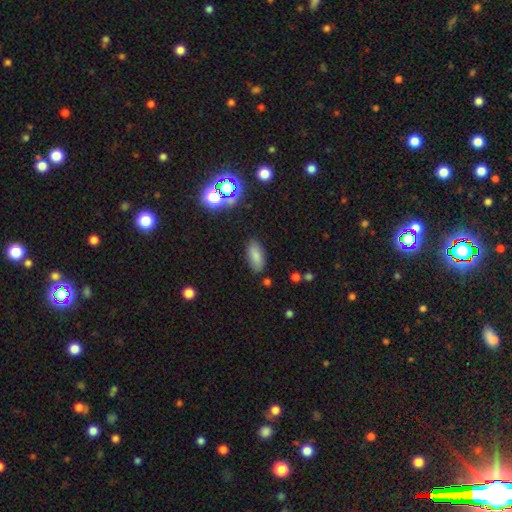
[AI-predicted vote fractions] Q: Smooth or featured?
A: smooth (79%); runner-up: star or artifact (11%)
Q: How rounded?
A: in between (85%); runner-up: cigar-shaped (12%)
Q: Merging?
A: none (83%); runner-up: minor disturbance (12%)